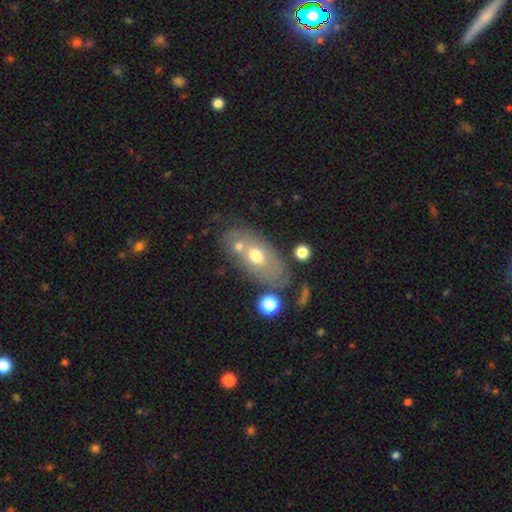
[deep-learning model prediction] The model was most divided on "smooth or featured": smooth: 54%, featured or disk: 36%, star or artifact: 10%. More confident: how rounded — in between (83%); merging — none (54%).